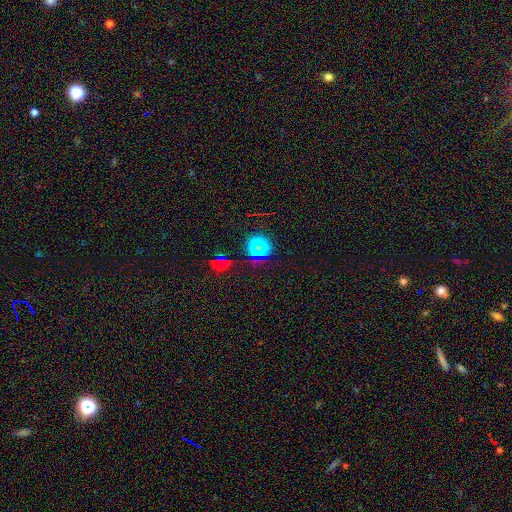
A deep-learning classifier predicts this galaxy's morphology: A smooth galaxy with no disk features (51%) that is round (87%).

Vote fractions:
- Smooth or featured? smooth: 51% / star or artifact: 38% / featured or disk: 11%
- How rounded? round: 87% / in between: 12% / cigar-shaped: 2%
- Merging? none: 83% / minor disturbance: 10% / major disturbance: 4% / merger: 3%